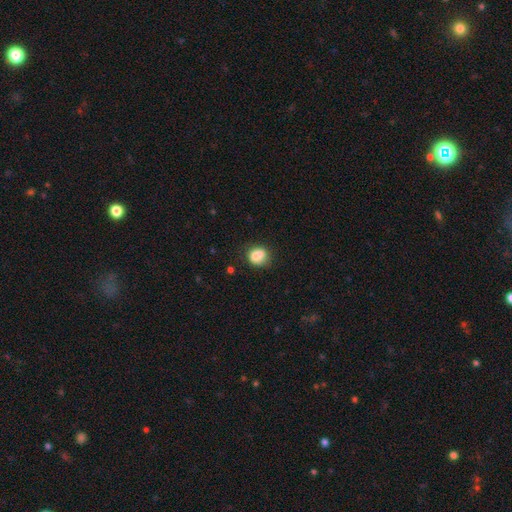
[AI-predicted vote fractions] Q: Smooth or featured?
A: smooth (78%); runner-up: featured or disk (12%)
Q: How rounded?
A: round (70%); runner-up: in between (29%)
Q: Merging?
A: none (51%); runner-up: merger (26%)